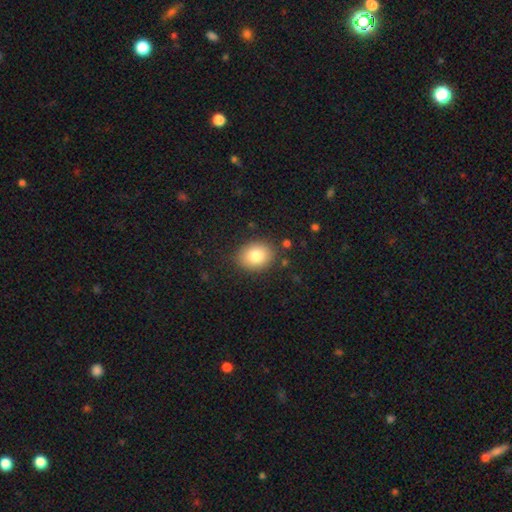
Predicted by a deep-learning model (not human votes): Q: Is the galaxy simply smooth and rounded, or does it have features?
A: smooth — 83%.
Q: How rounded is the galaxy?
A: in between — 56%.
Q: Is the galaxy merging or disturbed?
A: none — 85%.